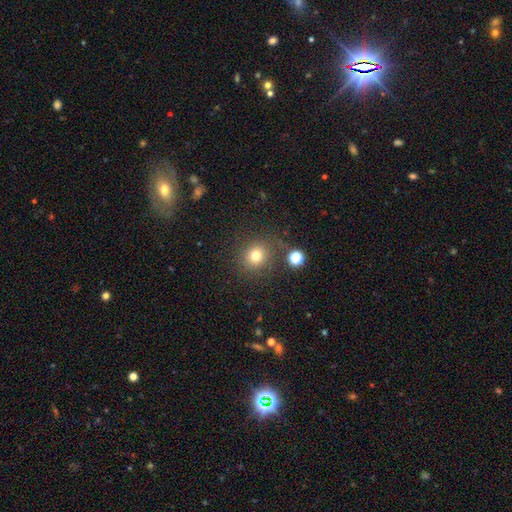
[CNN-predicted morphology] smooth-or-featured: smooth: 76% | star or artifact: 16% | featured or disk: 8%
  how-rounded: round: 83% | in between: 16% | cigar-shaped: 1%
  merging: none: 80% | minor disturbance: 10% | merger: 5% | major disturbance: 4%